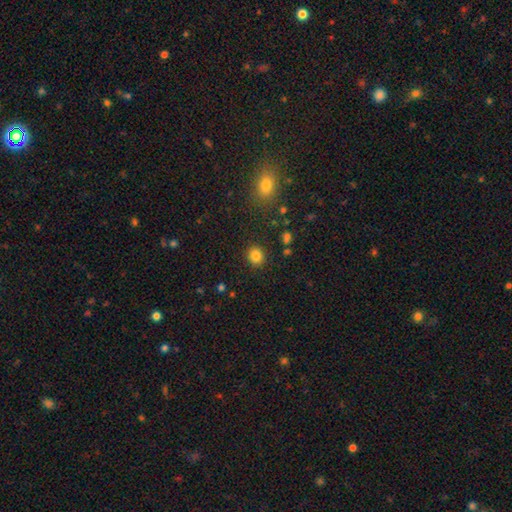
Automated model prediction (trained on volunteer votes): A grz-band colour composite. It shows a smooth galaxy with no disk features (83%) that is round (79%). Merging: none (89%).